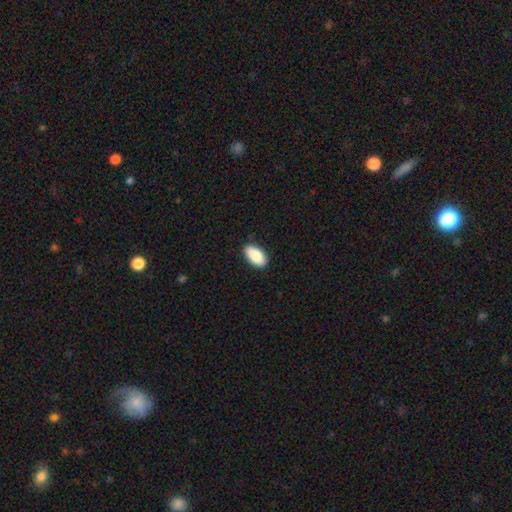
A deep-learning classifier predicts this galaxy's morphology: This is clearly a smooth galaxy (87%). How rounded: clearly in between (94%). Merging: clearly none (88%).